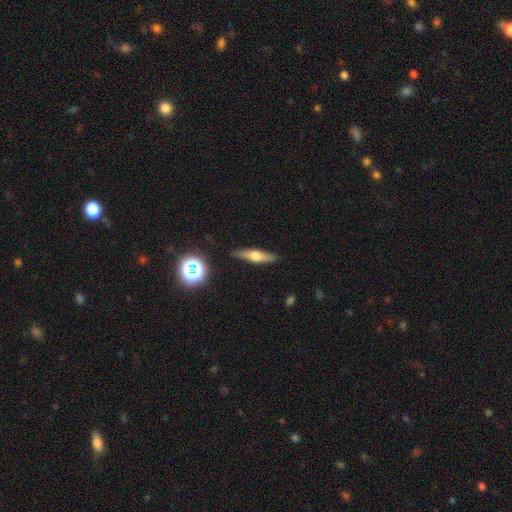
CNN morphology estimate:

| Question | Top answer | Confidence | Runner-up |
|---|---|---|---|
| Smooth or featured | featured or disk | 46% | tied: smooth (46%) |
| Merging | none | 87% | minor disturbance (10%) |